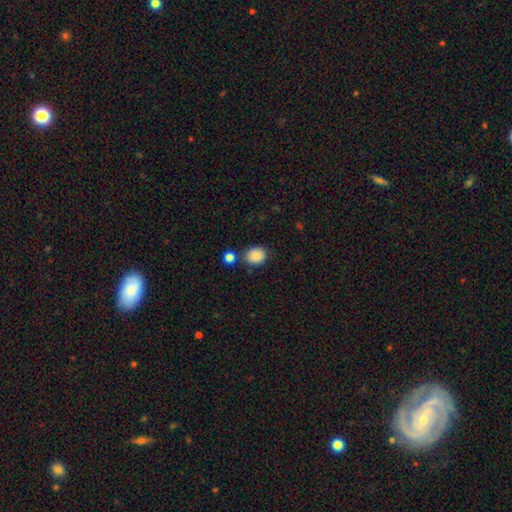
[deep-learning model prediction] Overall: smooth (87%). How rounded: round (56%; in between 43%). Merging: none (77%).